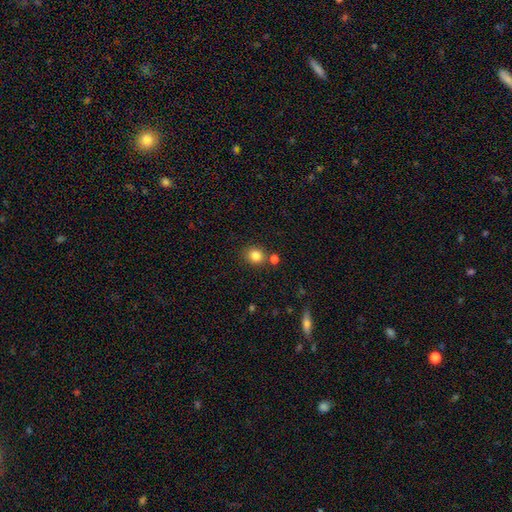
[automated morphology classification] Q: Smooth or featured?
A: smooth (83%); runner-up: star or artifact (11%)
Q: How rounded?
A: round (78%); runner-up: in between (21%)
Q: Merging?
A: none (76%); runner-up: merger (12%)